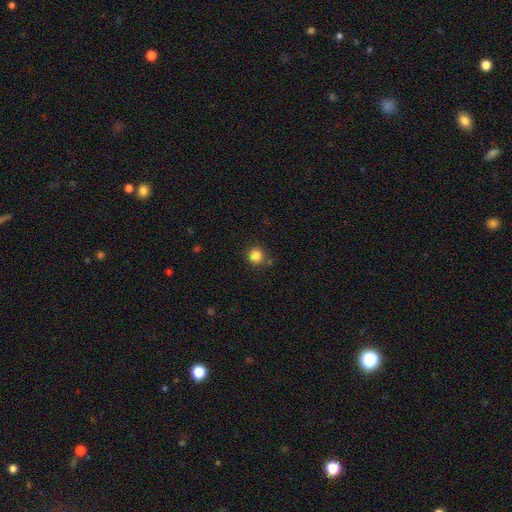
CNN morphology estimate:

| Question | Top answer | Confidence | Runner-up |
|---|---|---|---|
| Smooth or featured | smooth | 84% | star or artifact (11%) |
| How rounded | round | 93% | in between (6%) |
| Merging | none | 83% | minor disturbance (8%) |